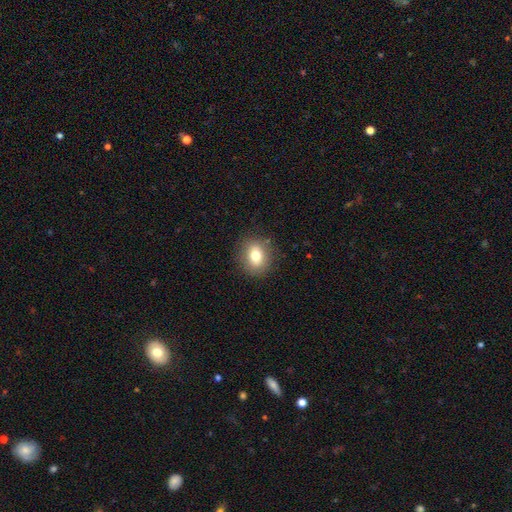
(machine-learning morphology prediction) This is likely a smooth galaxy (75%). How rounded: possibly round (54%). Merging: clearly none (86%).